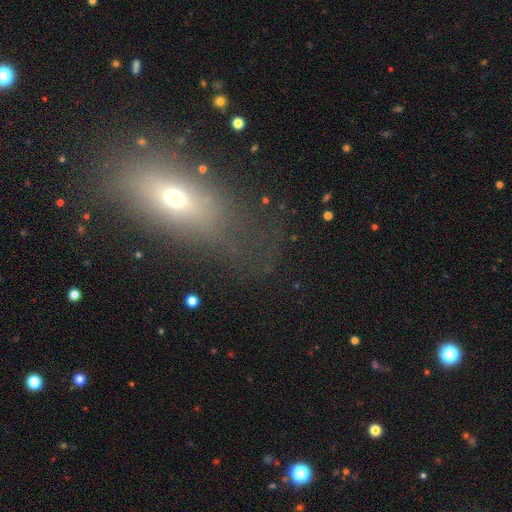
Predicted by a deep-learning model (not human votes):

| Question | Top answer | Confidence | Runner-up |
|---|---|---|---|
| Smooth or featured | smooth | 55% | star or artifact (23%) |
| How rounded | in between | 67% | cigar-shaped (18%) |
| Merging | none | 69% | minor disturbance (16%) |